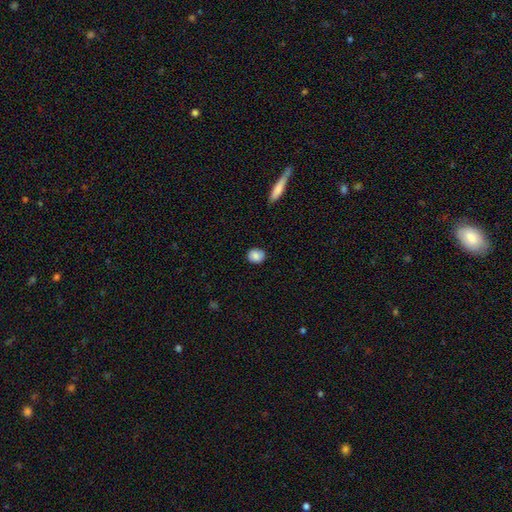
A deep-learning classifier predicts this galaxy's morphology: A smooth galaxy with no disk features (84%) that is round (70%).

Vote fractions:
- Smooth or featured? smooth: 84% / featured or disk: 9% / star or artifact: 8%
- How rounded? round: 70% / in between: 28% / cigar-shaped: 1%
- Merging? none: 85% / minor disturbance: 12% / major disturbance: 2% / merger: 1%